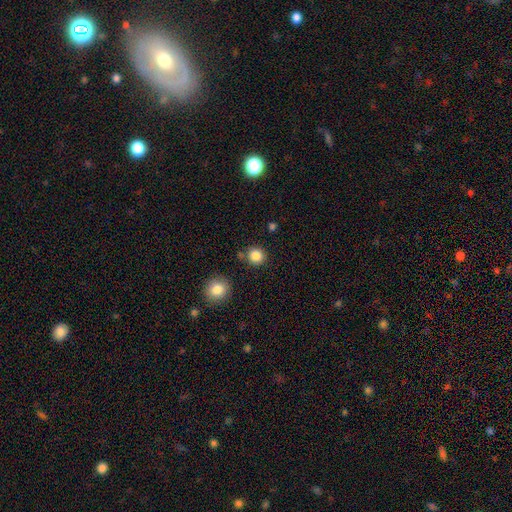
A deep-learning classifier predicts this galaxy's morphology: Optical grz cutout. It shows a smooth galaxy with no disk features (86%) that is round (90%). Merging: none (84%).